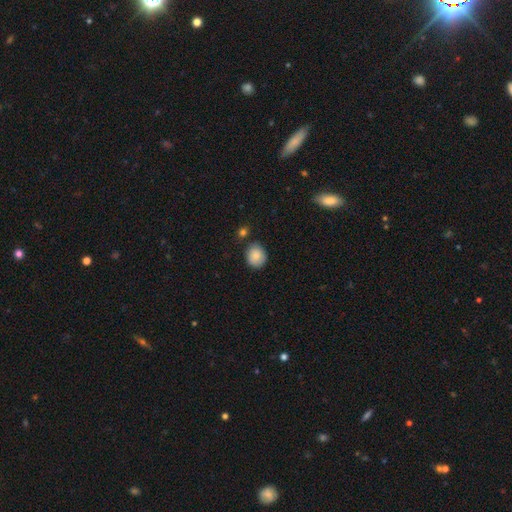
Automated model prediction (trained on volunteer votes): This is clearly a smooth galaxy (84%). How rounded: likely round (70%). Merging: likely none (79%).